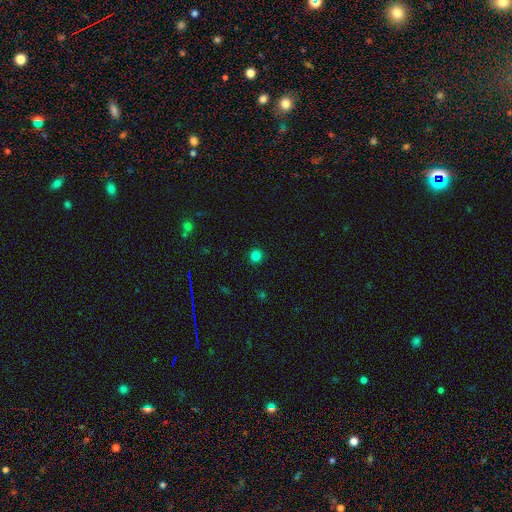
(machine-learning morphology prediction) Smooth or featured? Predicted: smooth (p=0.81). How rounded? Predicted: round (p=0.93). Merging? Predicted: none (p=0.91).